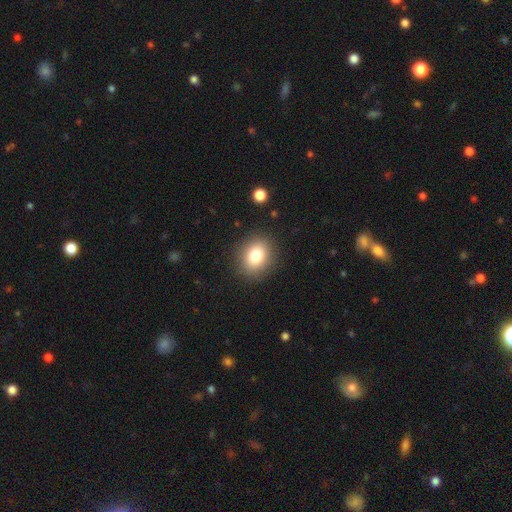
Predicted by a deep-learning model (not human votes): Smooth or featured? smooth (80%)
How rounded? round (56%)
Merging? none (88%)